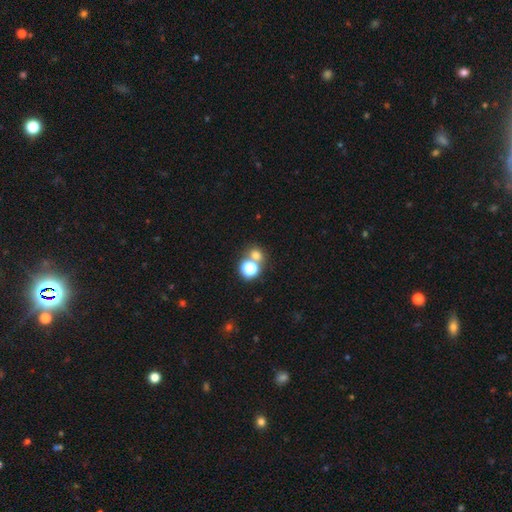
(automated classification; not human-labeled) A smooth galaxy with no disk features (64%) that is round (76%).

Vote fractions:
- Smooth or featured? smooth: 64% / star or artifact: 27% / featured or disk: 9%
- How rounded? round: 76% / in between: 23% / cigar-shaped: 1%
- Merging? none: 56% / merger: 33% / minor disturbance: 7% / major disturbance: 4%